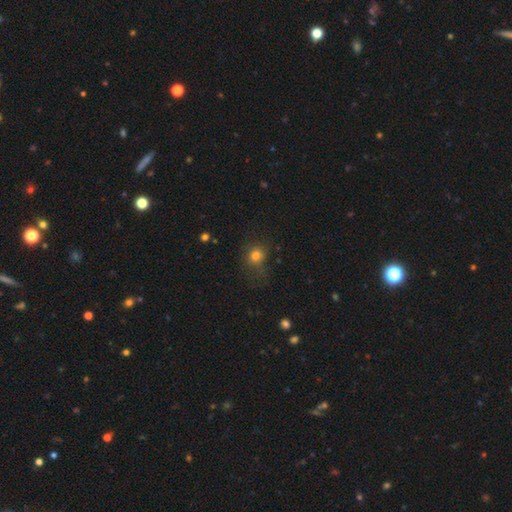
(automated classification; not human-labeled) smooth_or_featured: smooth (p=0.76) [alt: star or artifact p=0.16]
how_rounded: round (p=0.78) [alt: in between p=0.21]
merging: none (p=0.67) [alt: minor disturbance p=0.19]